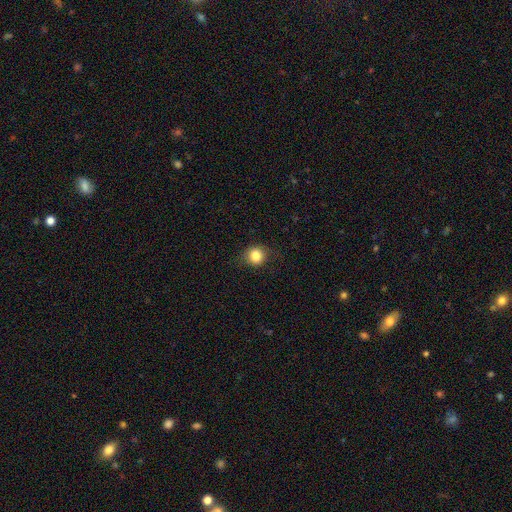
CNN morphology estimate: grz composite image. It shows a smooth galaxy with no disk features (82%) that is round (86%). Merging: none (82%).